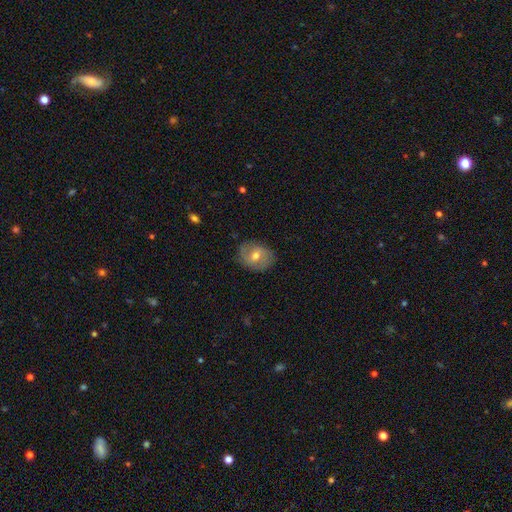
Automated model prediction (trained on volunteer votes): This is possibly a featured or disk galaxy (50%). Merging: likely none (76%).